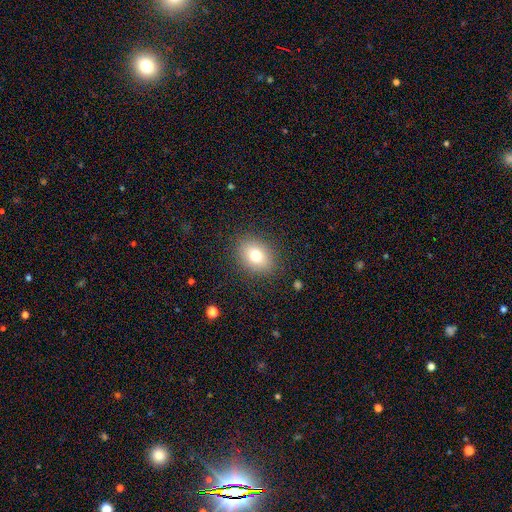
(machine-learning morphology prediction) Q: Smooth or featured?
A: smooth (76%); runner-up: featured or disk (12%)
Q: How rounded?
A: in between (54%); runner-up: round (45%)
Q: Merging?
A: none (86%); runner-up: minor disturbance (9%)